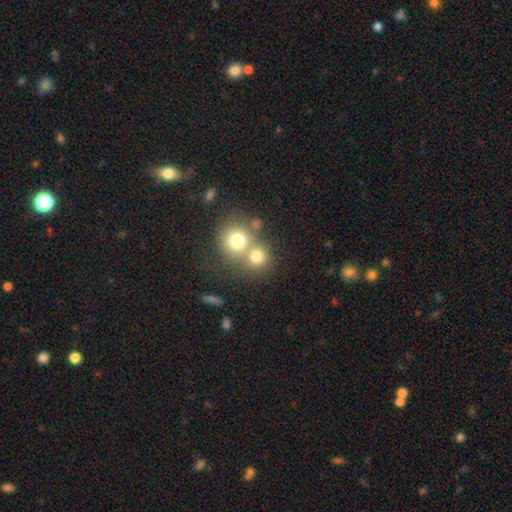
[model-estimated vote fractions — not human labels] The model was most divided on "merging": merger: 51%, none: 39%, minor disturbance: 7%, major disturbance: 3%. More confident: how rounded — round (83%); smooth or featured — smooth (72%).